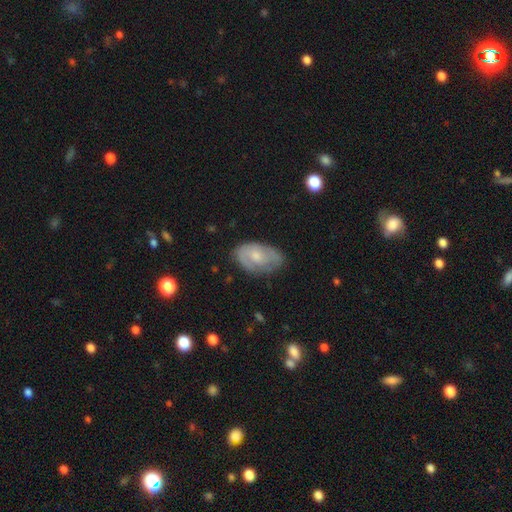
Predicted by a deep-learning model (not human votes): Morphology: type=featured or disk (48%); merging=none (65%).